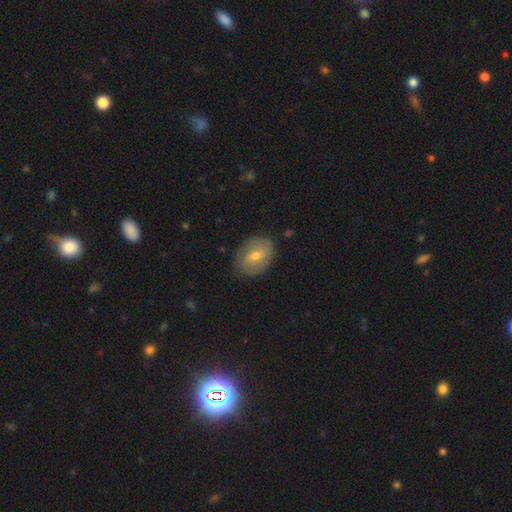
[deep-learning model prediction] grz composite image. It shows a featured or disk galaxy (49%). Merging: none (81%).